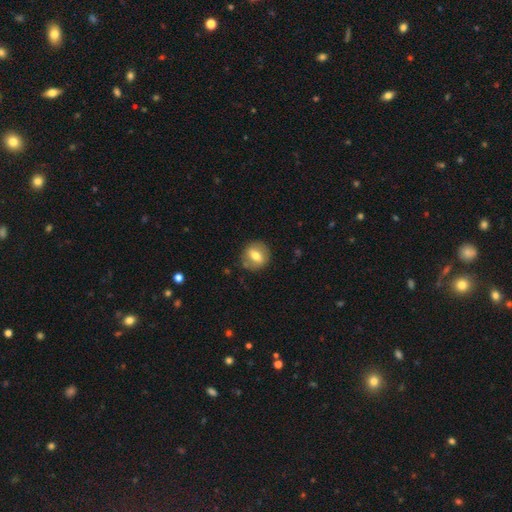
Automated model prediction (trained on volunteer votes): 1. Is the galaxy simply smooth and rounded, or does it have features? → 61% smooth, 30% featured or disk, 8% star or artifact.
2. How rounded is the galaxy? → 77% round, 22% in between, 1% cigar-shaped.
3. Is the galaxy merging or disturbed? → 82% none, 12% minor disturbance, 4% major disturbance, 2% merger.